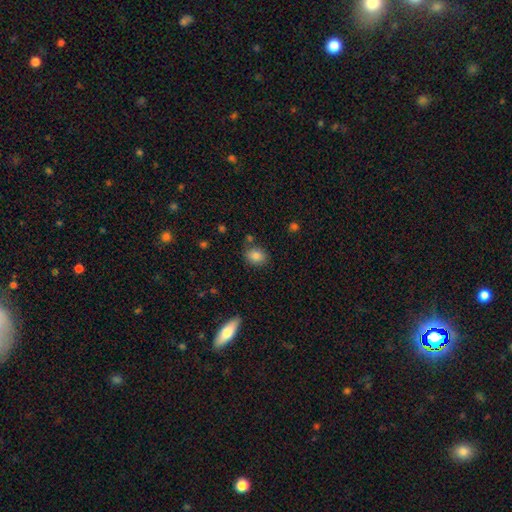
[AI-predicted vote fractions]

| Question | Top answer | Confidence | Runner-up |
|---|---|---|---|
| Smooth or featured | smooth | 84% | star or artifact (10%) |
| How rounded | in between | 50% | round (49%) |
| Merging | none | 78% | minor disturbance (13%) |